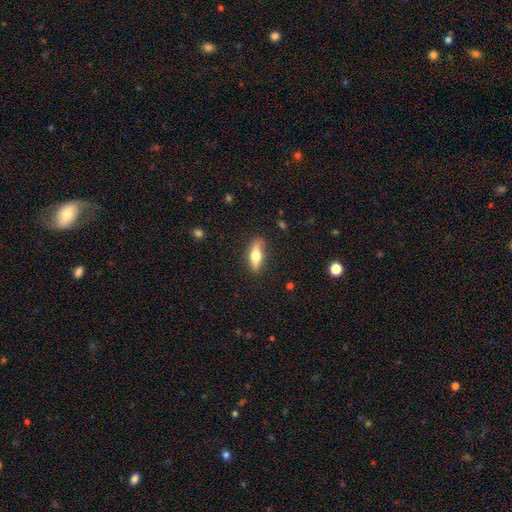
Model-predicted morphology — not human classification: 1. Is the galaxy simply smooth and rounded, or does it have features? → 57% smooth, 37% featured or disk, 6% star or artifact.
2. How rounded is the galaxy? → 52% in between, 44% cigar-shaped, 3% round.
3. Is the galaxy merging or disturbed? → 84% none, 12% minor disturbance, 3% major disturbance, 1% merger.